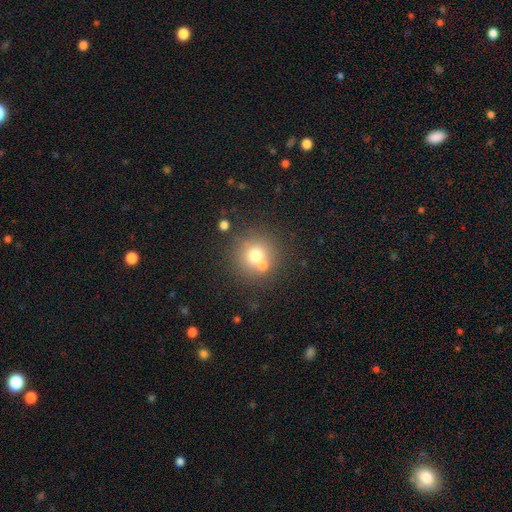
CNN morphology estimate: This is likely a smooth galaxy (69%). How rounded: clearly round (92%). Merging: likely none (61%).